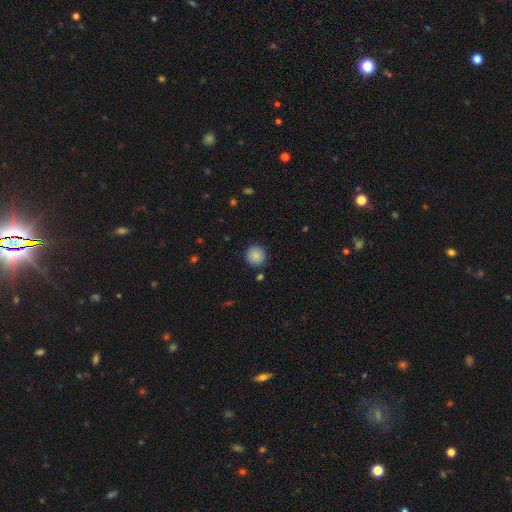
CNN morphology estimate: Smooth or featured?
  - smooth: 87% *
  - star or artifact: 8%
  - featured or disk: 5%
How rounded?
  - round: 95% *
  - in between: 5%
  - cigar-shaped: 1%
Merging?
  - none: 89% *
  - minor disturbance: 7%
  - major disturbance: 2%
  - merger: 2%